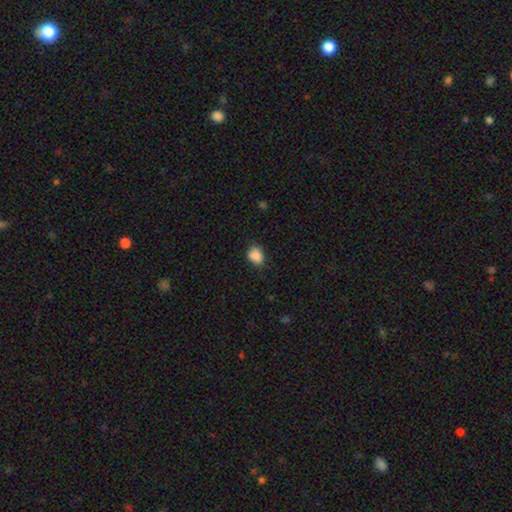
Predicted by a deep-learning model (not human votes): Smooth or featured? Predicted: smooth (p=0.88). How rounded? Predicted: in between (p=0.56). Merging? Predicted: none (p=0.73).